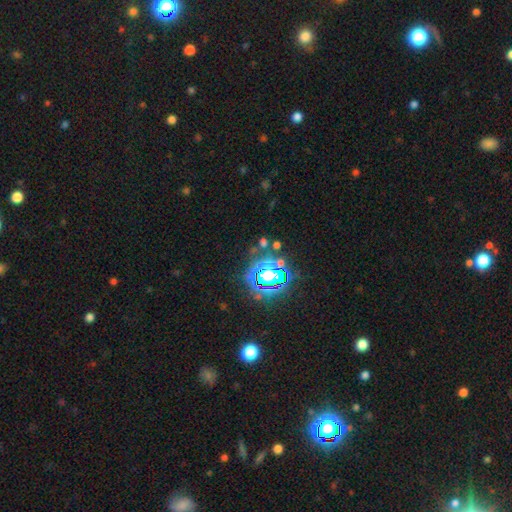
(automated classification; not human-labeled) Morphology: type=star or artifact (82%).